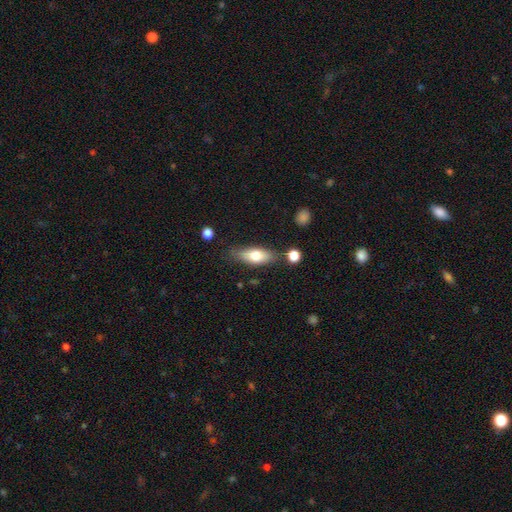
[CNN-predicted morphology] smooth_or_featured: smooth (p=0.70) [alt: featured or disk p=0.23]
how_rounded: in between (p=0.73) [alt: cigar-shaped p=0.23]
merging: none (p=0.75) [alt: minor disturbance p=0.17]